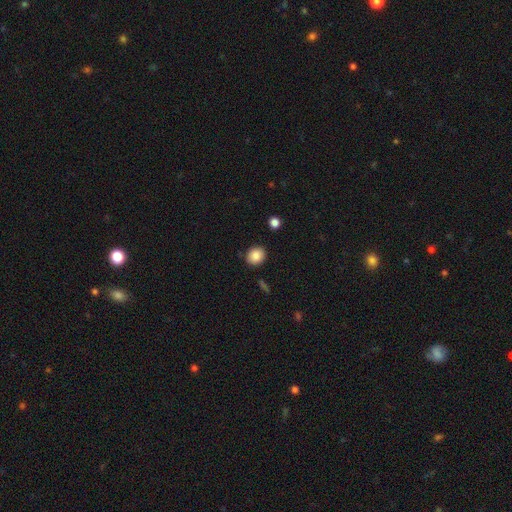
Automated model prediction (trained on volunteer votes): Overall: smooth (87%). How rounded: round (68%; in between 31%). Merging: none (87%).